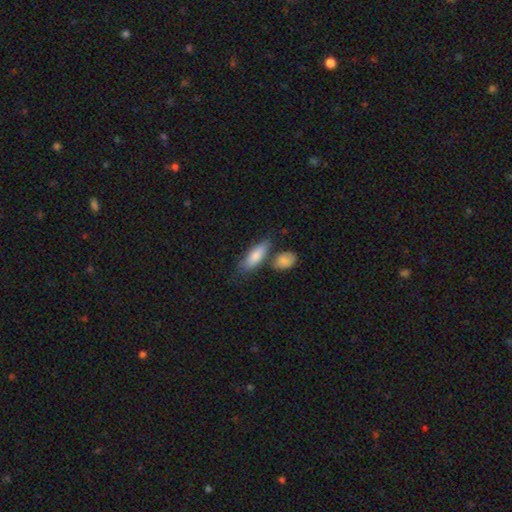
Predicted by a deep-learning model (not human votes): Smooth or featured: smooth — 74% (featured or disk — 19%)
How rounded: in between — 54% (cigar-shaped — 43%)
Merging: none — 62% (merger — 17%)